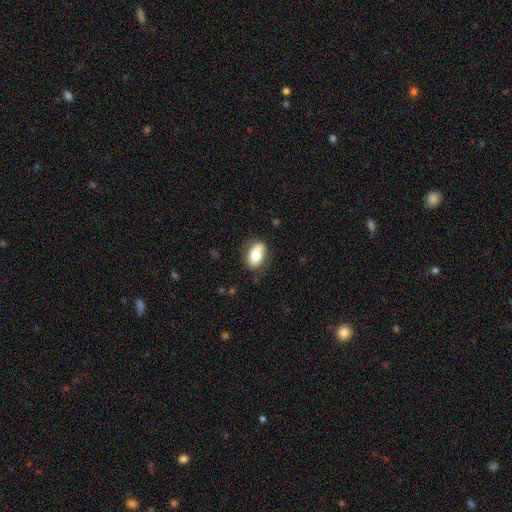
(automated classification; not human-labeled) The model was most divided on "smooth or featured": smooth: 61%, featured or disk: 32%, star or artifact: 8%. More confident: how rounded — in between (84%); merging — none (62%).